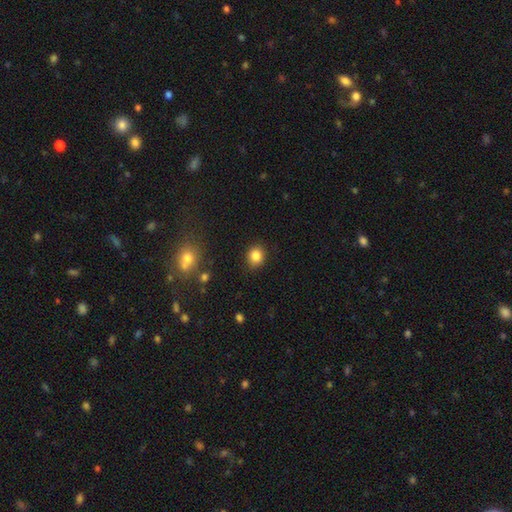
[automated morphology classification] smooth 84%, star or artifact 10%, featured or disk 5%. Down the decision tree: how rounded — round (72%); merging — none (88%).